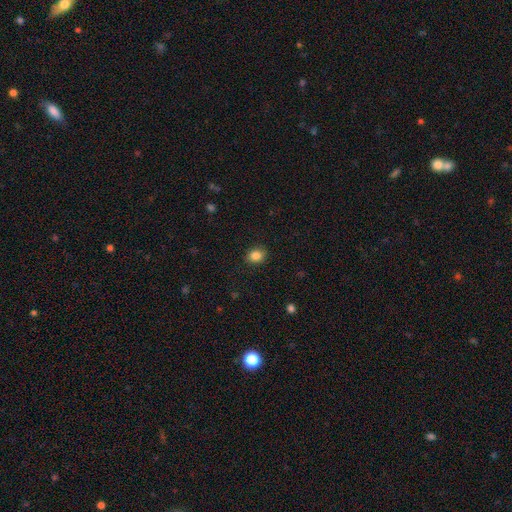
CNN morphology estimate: Q: Smooth or featured?
A: smooth (86%); runner-up: star or artifact (10%)
Q: How rounded?
A: round (52%); runner-up: in between (47%)
Q: Merging?
A: none (88%); runner-up: minor disturbance (9%)